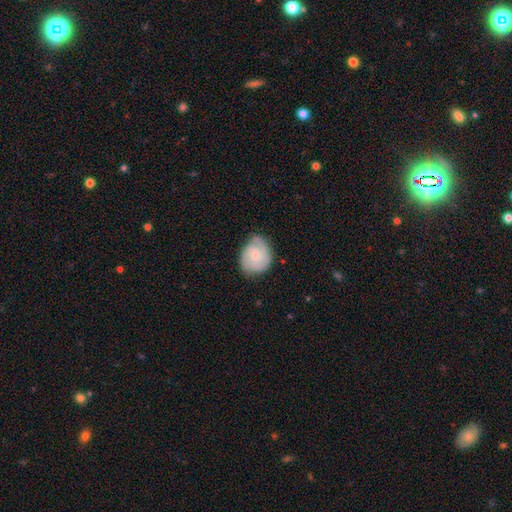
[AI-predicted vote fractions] Morphology: type=featured or disk (59%); edge-on=no (98%); bar=no (73%); spiral arms=yes (91%); winding=tight (53%); arm count=2 (42%); bulge=small (65%); merging=none (64%).